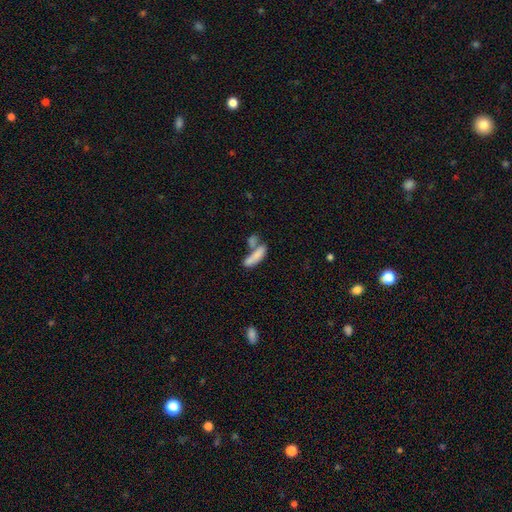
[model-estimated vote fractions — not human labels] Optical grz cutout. It shows a smooth galaxy with no disk features (76%) that is in between round and cigar-shaped (49%). Merging: merger (50%).